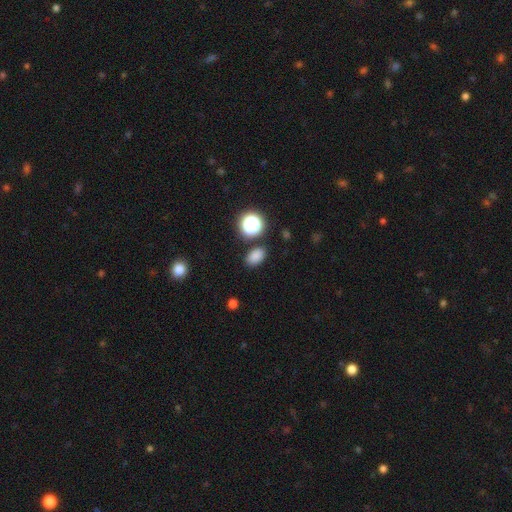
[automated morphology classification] The model was most divided on "how rounded": in between: 79%, round: 20%, cigar-shaped: 1%. More confident: merging — none (84%); smooth or featured — smooth (81%).